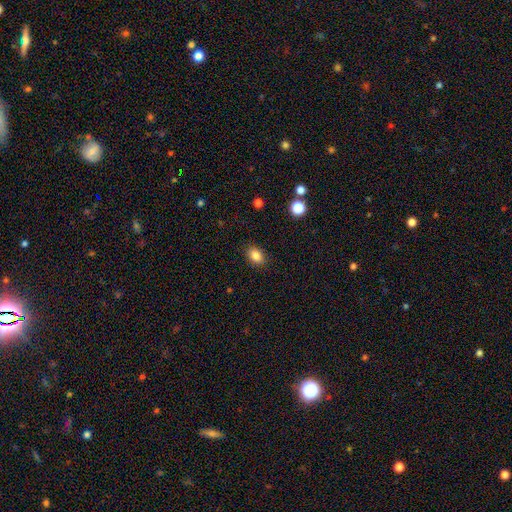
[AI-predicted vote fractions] A smooth galaxy with no disk features (85%) that is in between round and cigar-shaped (77%).

Vote fractions:
- Smooth or featured? smooth: 85% / star or artifact: 10% / featured or disk: 5%
- How rounded? in between: 77% / round: 21% / cigar-shaped: 1%
- Merging? none: 88% / minor disturbance: 9% / major disturbance: 2% / merger: 1%